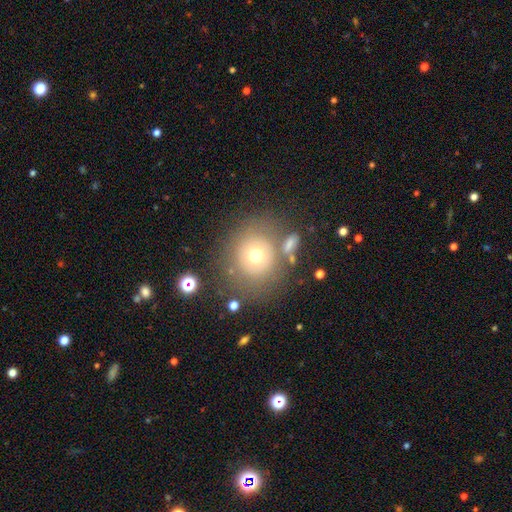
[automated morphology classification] A smooth galaxy with no disk features (62%) that is round (83%). Merging: none (68%).